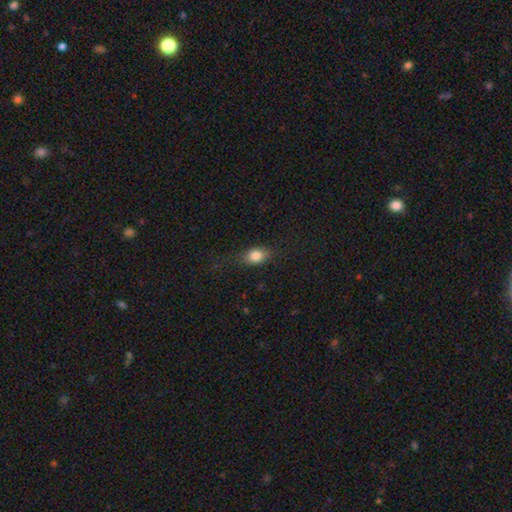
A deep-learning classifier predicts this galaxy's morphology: Smooth or featured? smooth (81%)
How rounded? in between (69%)
Merging? none (72%)